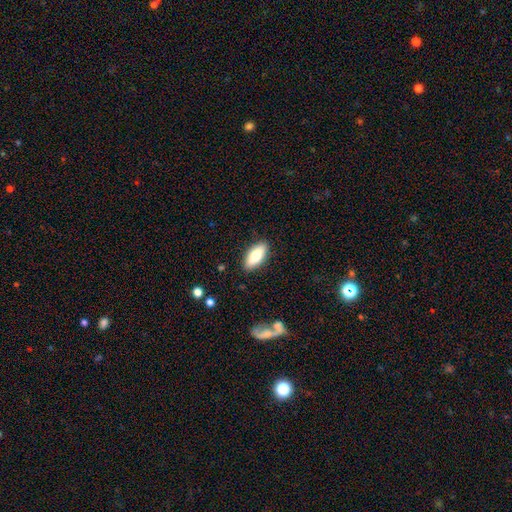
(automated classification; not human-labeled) The model was most divided on "smooth or featured": smooth: 78%, featured or disk: 15%, star or artifact: 6%. More confident: merging — none (87%); how rounded — in between (84%).